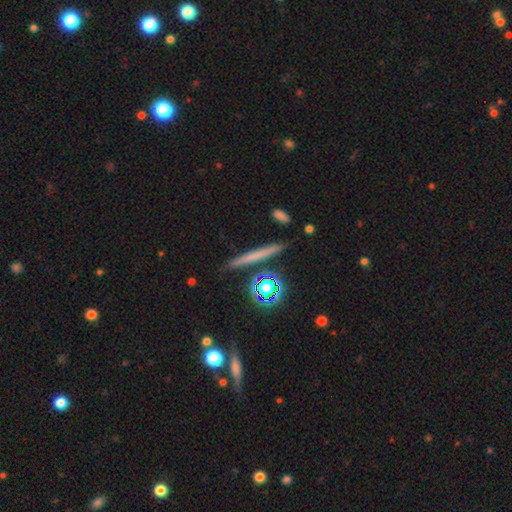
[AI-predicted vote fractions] Overall: smooth (51%; featured or disk 32%). How rounded: cigar-shaped (88%). Merging: none (88%).